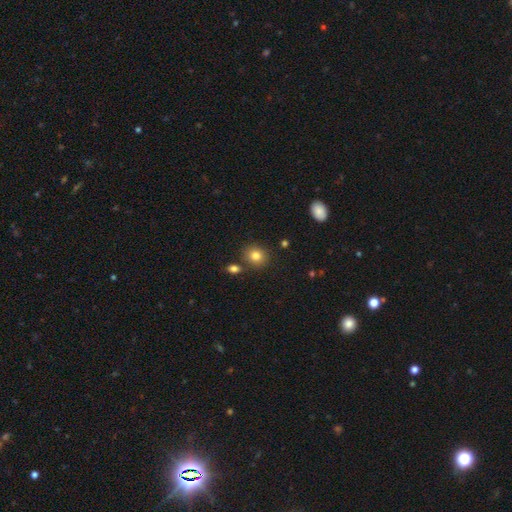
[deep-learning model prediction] Smooth or featured: smooth — 83% (star or artifact — 10%)
How rounded: round — 72% (in between — 27%)
Merging: none — 79% (minor disturbance — 10%)